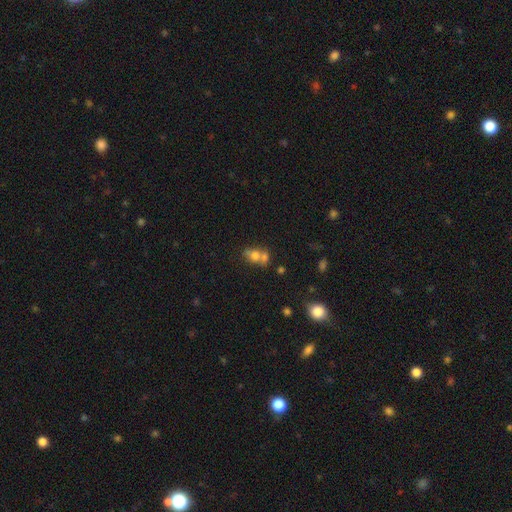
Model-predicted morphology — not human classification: smooth 66%, featured or disk 21%, star or artifact 13%. Down the decision tree: how rounded — in between (50%); merging — merger (57%).